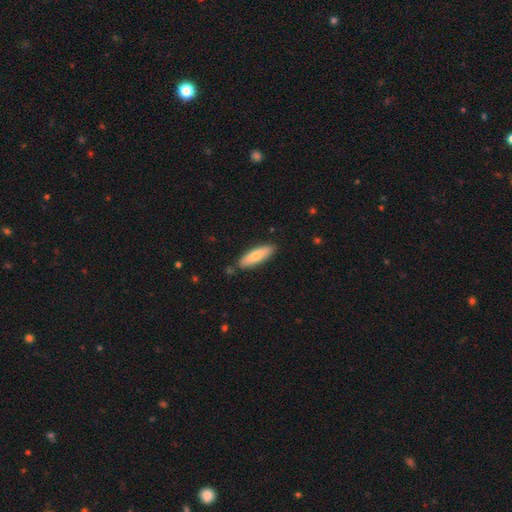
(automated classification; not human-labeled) Q: Smooth or featured?
A: smooth (76%); runner-up: featured or disk (19%)
Q: How rounded?
A: cigar-shaped (54%); runner-up: in between (44%)
Q: Merging?
A: none (85%); runner-up: minor disturbance (11%)